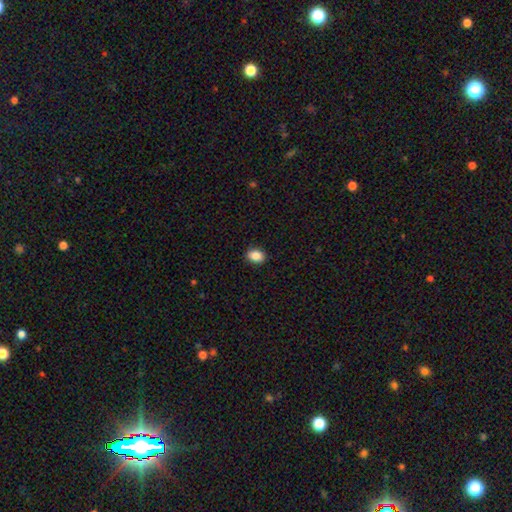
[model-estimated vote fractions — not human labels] smooth_or_featured: smooth (p=0.88) [alt: star or artifact p=0.09]
how_rounded: in between (p=0.63) [alt: round p=0.36]
merging: none (p=0.90) [alt: minor disturbance p=0.07]